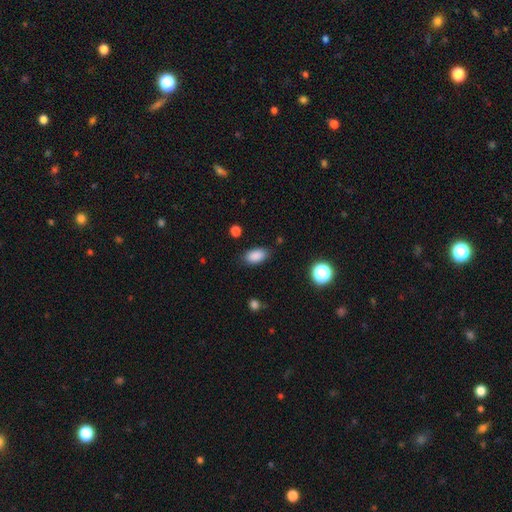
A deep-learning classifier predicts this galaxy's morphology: Overall: smooth (87%). How rounded: in between (91%). Merging: none (82%).